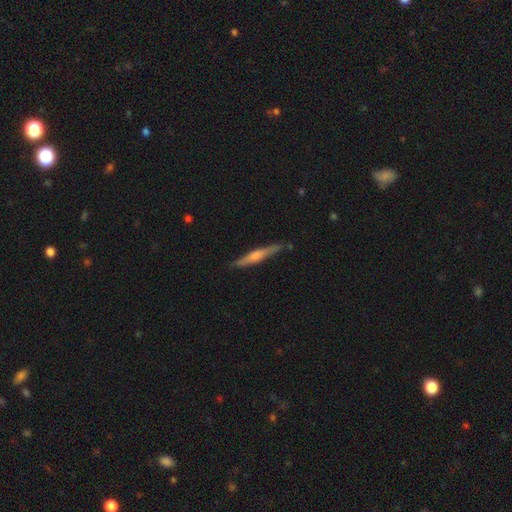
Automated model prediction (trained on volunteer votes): featured or disk 50%, smooth 44%, star or artifact 6%. Down the decision tree: edge-on disk — yes (96%); merging — none (84%).